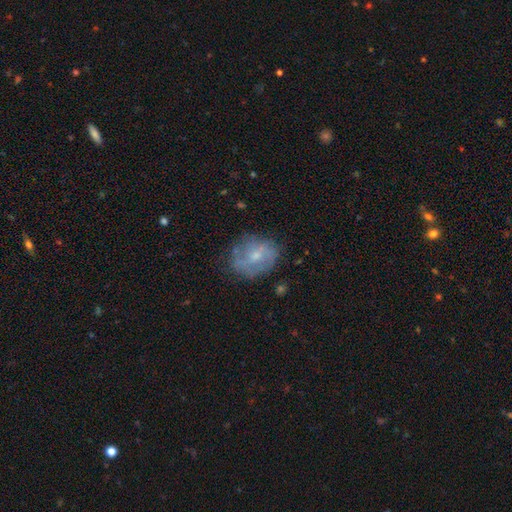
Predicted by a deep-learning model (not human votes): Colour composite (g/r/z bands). It shows a featured or disk galaxy (53%) with no bar (64%), spiral arms (57%) and a small central bulge (50%). Merging: none (65%).